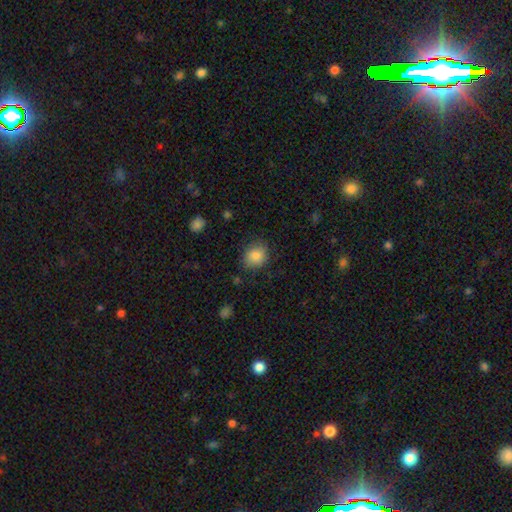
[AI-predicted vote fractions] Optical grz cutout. It shows a smooth galaxy with no disk features (84%) that is round (63%). Merging: none (81%).